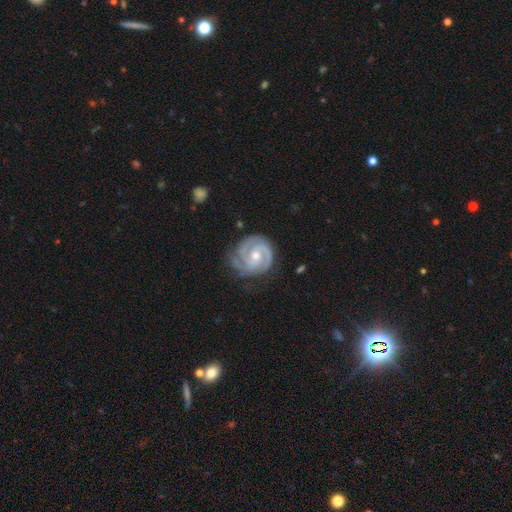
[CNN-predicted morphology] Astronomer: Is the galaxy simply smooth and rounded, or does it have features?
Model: featured or disk — 90%.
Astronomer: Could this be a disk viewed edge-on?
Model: no — 98%.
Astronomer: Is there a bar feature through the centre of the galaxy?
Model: no — 51% (runner-up: weak, 38%).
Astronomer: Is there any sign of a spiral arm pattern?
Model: yes — 98%.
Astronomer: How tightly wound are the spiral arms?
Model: tight — 68%.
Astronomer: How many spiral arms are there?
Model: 2 — 54%.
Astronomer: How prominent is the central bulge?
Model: moderate — 64%.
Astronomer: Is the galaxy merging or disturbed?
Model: none — 73%.